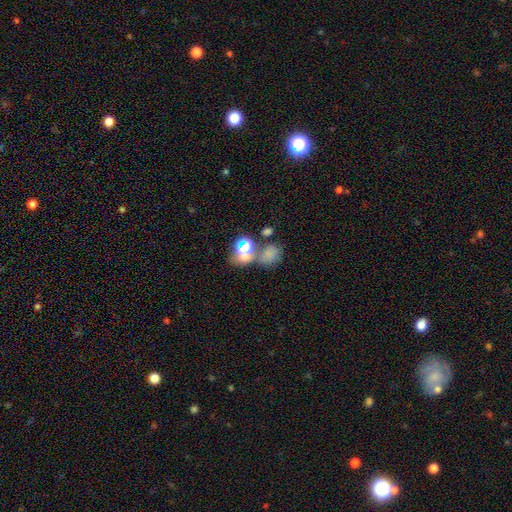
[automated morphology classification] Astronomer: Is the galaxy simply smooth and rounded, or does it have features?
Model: smooth — 49% (runner-up: star or artifact, 27%).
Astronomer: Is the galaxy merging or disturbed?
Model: none — 44% (runner-up: merger, 39%).